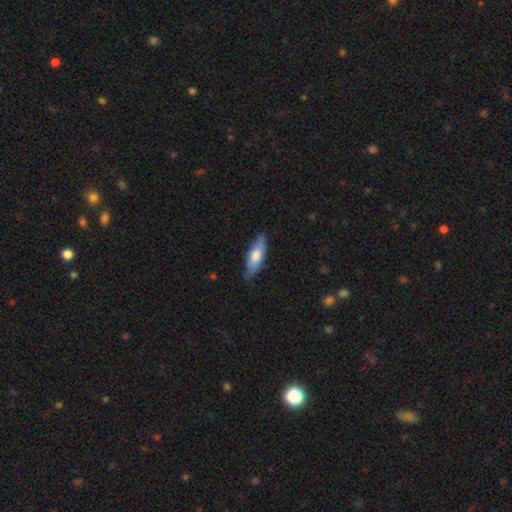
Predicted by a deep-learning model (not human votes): The model was most divided on "how rounded": in between: 60%, cigar-shaped: 38%, round: 2%. More confident: merging — none (76%); smooth or featured — smooth (64%).